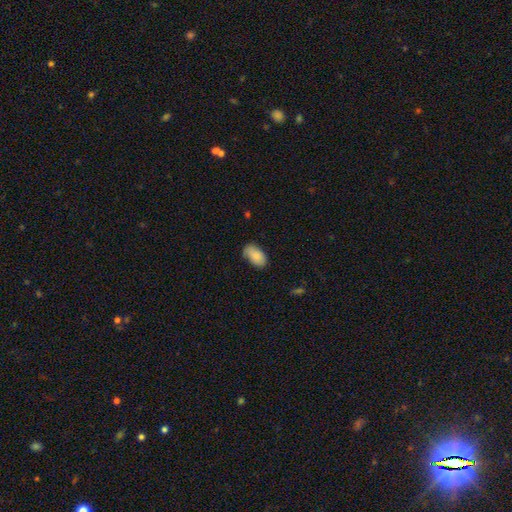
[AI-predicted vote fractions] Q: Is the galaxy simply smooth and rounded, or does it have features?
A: smooth — 86%.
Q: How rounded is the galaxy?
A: in between — 94%.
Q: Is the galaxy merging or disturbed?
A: none — 67%.